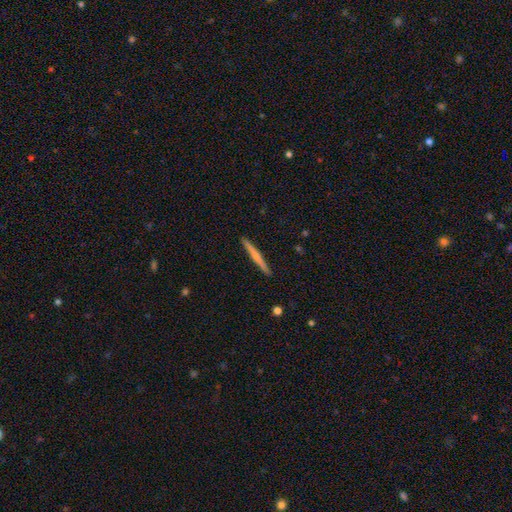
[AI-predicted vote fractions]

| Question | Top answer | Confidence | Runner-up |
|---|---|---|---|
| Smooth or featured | featured or disk | 51% | smooth (44%) |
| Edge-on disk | yes | 98% | no (2%) |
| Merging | none | 92% | minor disturbance (6%) |